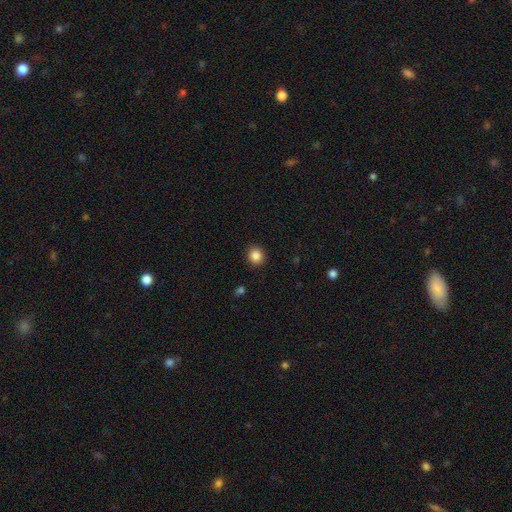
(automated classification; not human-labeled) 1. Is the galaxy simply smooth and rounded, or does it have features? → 86% smooth, 10% star or artifact, 4% featured or disk.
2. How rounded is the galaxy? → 86% round, 13% in between, 1% cigar-shaped.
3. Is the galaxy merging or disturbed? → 92% none, 6% minor disturbance, 2% major disturbance, 1% merger.